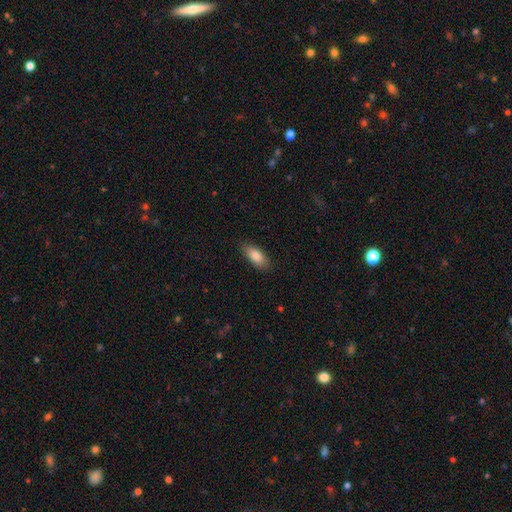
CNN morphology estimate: Q: Smooth or featured?
A: smooth (85%); runner-up: featured or disk (9%)
Q: How rounded?
A: in between (84%); runner-up: cigar-shaped (14%)
Q: Merging?
A: none (85%); runner-up: minor disturbance (12%)